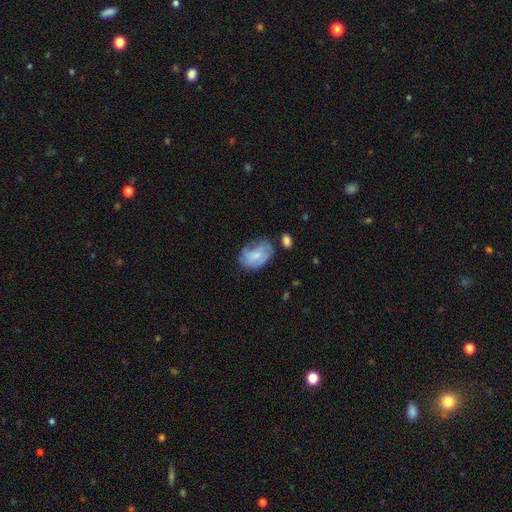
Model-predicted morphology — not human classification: Smooth or featured?
  - smooth: 56% *
  - featured or disk: 37%
  - star or artifact: 7%
How rounded?
  - in between: 82% *
  - round: 16%
  - cigar-shaped: 1%
Merging?
  - none: 49% *
  - minor disturbance: 31%
  - major disturbance: 15%
  - merger: 5%